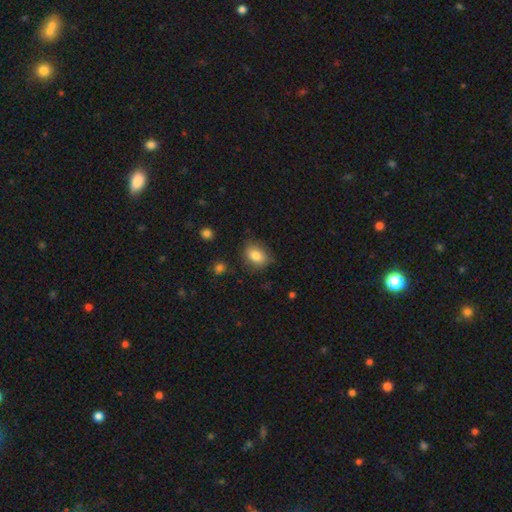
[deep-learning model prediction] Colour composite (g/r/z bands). It shows a smooth galaxy with no disk features (82%) that is in between round and cigar-shaped (67%). Merging: none (73%).